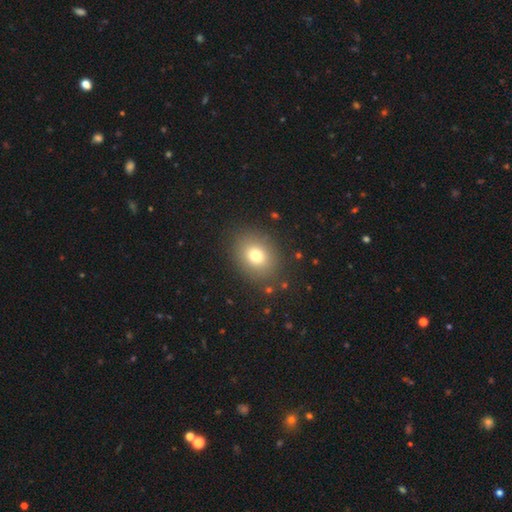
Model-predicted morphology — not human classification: smooth 76%, star or artifact 13%, featured or disk 11%. Down the decision tree: how rounded — round (51%); merging — none (86%).